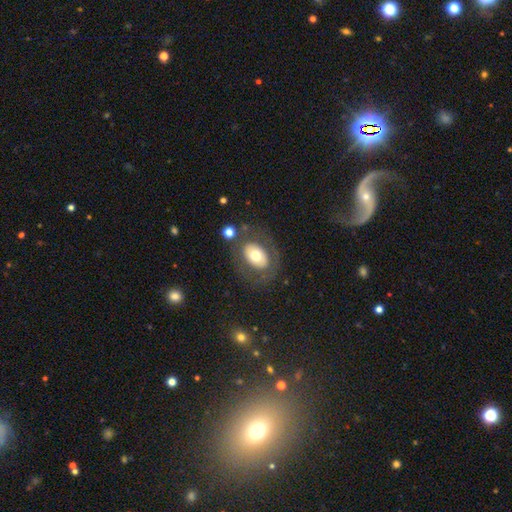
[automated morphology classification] A smooth galaxy with no disk features (59%) that is in between round and cigar-shaped (77%). Merging: none (74%).